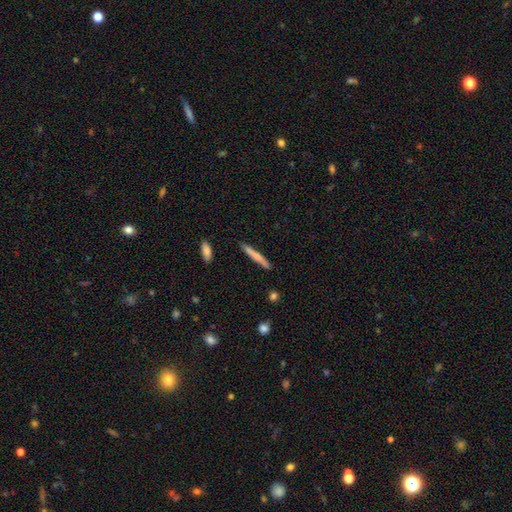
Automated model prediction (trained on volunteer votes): Q: Smooth or featured?
A: smooth (65%); runner-up: featured or disk (29%)
Q: How rounded?
A: cigar-shaped (95%); runner-up: in between (4%)
Q: Merging?
A: none (87%); runner-up: minor disturbance (9%)